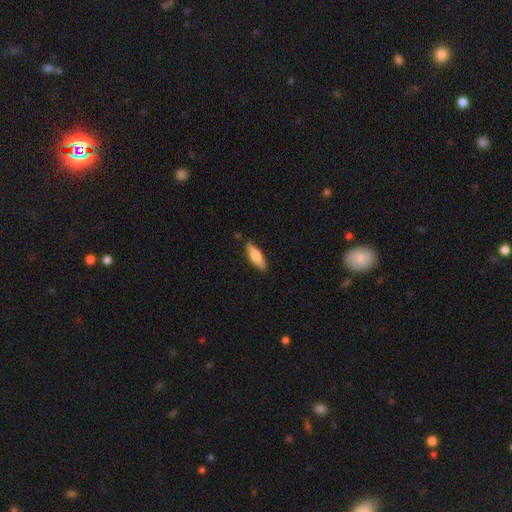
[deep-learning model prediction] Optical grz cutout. It shows a smooth galaxy with no disk features (66%) that is cigar-shaped (57%). Merging: none (84%).